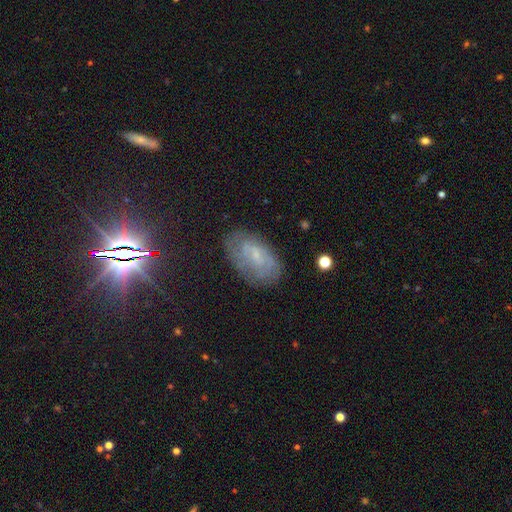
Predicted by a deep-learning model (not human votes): A featured or disk galaxy (53%).

Vote fractions:
- Smooth or featured? featured or disk: 53% / smooth: 32% / star or artifact: 15%
- Edge-on disk? no: 94% / yes: 6%
- Merging? none: 71% / minor disturbance: 19% / major disturbance: 8% / merger: 2%